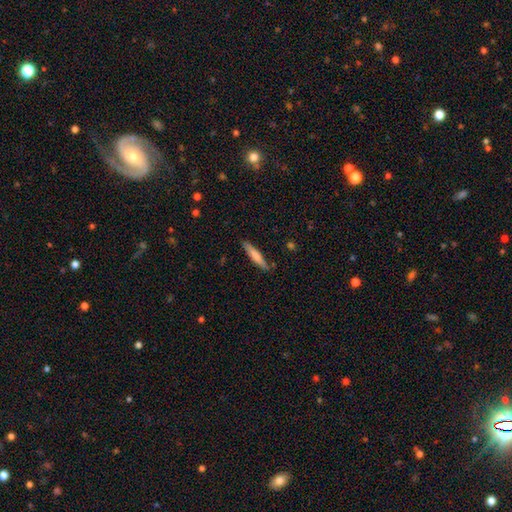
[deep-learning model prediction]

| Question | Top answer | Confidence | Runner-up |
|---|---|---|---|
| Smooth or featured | smooth | 71% | featured or disk (23%) |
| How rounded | cigar-shaped | 90% | in between (8%) |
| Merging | none | 85% | minor disturbance (11%) |